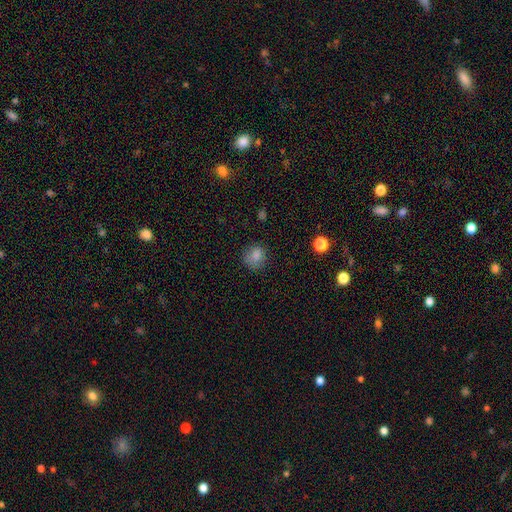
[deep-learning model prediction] Smooth or featured? Predicted: smooth (p=0.82). How rounded? Predicted: round (p=0.78). Merging? Predicted: none (p=0.73).